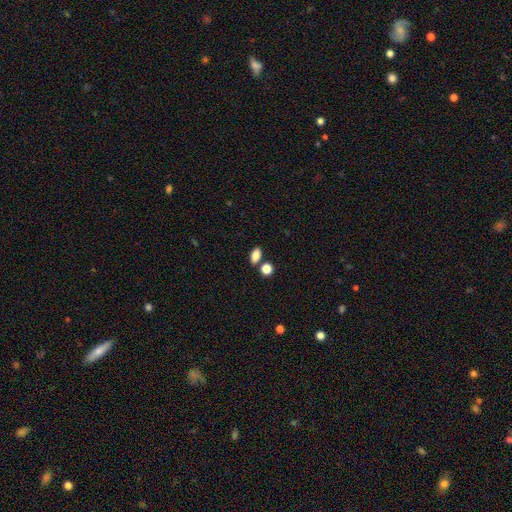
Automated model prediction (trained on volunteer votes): A smooth galaxy with no disk features (84%) that is in between round and cigar-shaped (86%). Merging: none (74%).